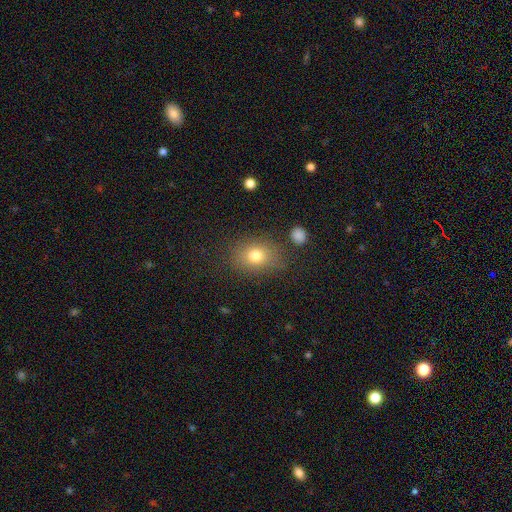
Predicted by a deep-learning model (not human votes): Smooth or featured: smooth — 77% (star or artifact — 12%)
How rounded: in between — 55% (round — 44%)
Merging: none — 77% (minor disturbance — 15%)